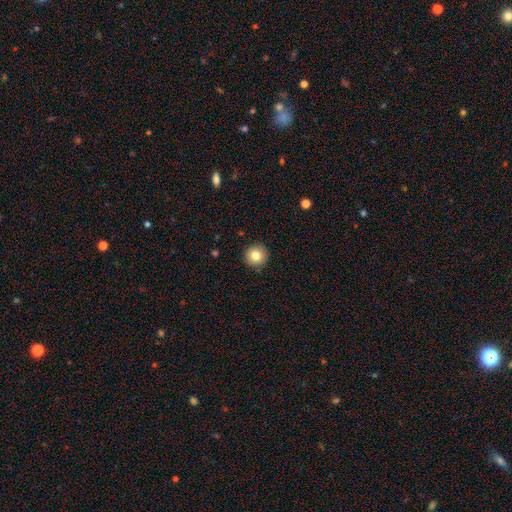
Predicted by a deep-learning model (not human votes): Morphology: type=smooth (81%); roundness=round (95%); merging=none (92%).